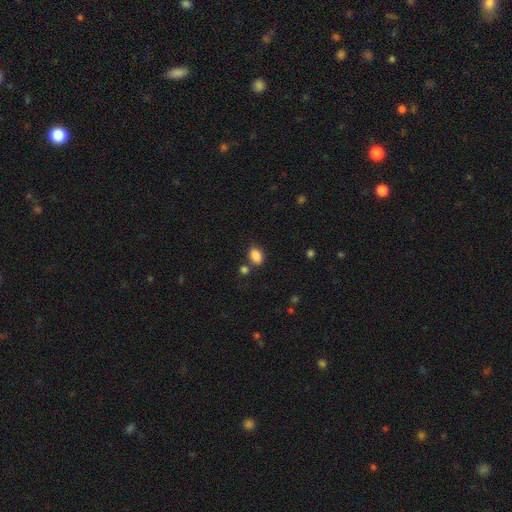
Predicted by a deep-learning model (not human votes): This is clearly a smooth galaxy (87%). How rounded: clearly in between (82%). Merging: likely none (71%).